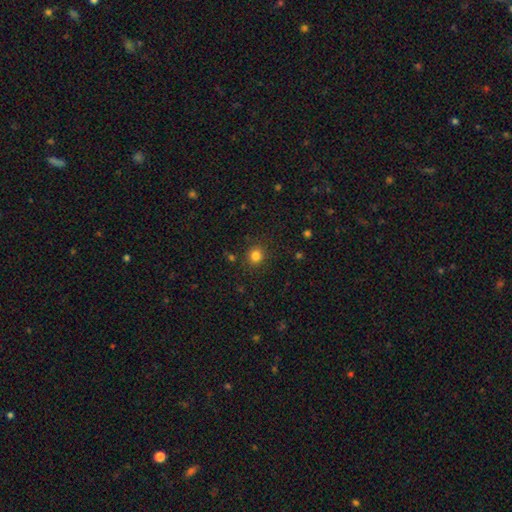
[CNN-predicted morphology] A smooth galaxy with no disk features (82%) that is round (83%).

Vote fractions:
- Smooth or featured? smooth: 82% / star or artifact: 13% / featured or disk: 5%
- How rounded? round: 83% / in between: 16% / cigar-shaped: 1%
- Merging? none: 87% / minor disturbance: 8% / major disturbance: 3% / merger: 2%